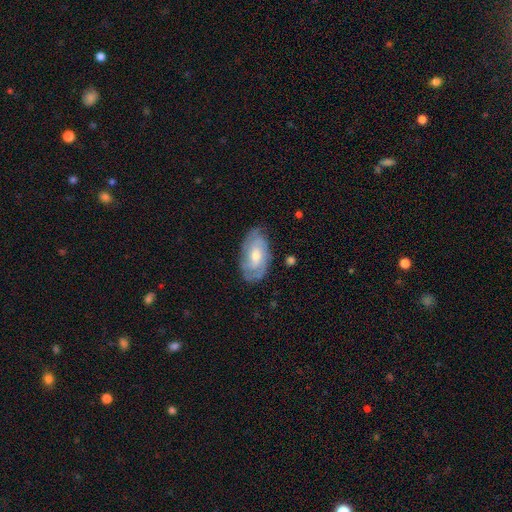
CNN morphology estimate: smooth_or_featured: featured or disk (p=0.73) [alt: smooth p=0.21]
disk_edge_on: no (p=0.95) [alt: yes p=0.05]
bar: no (p=0.60) [alt: weak p=0.34]
has_spiral_arms: yes (p=0.91) [alt: no p=0.09]
spiral_winding: tight (p=0.59) [alt: medium p=0.32]
spiral_arm_count: can't tell (p=0.33) [alt: 2 p=0.30]
bulge_size: moderate (p=0.62) [alt: small p=0.30]
merging: none (p=0.76) [alt: minor disturbance p=0.18]